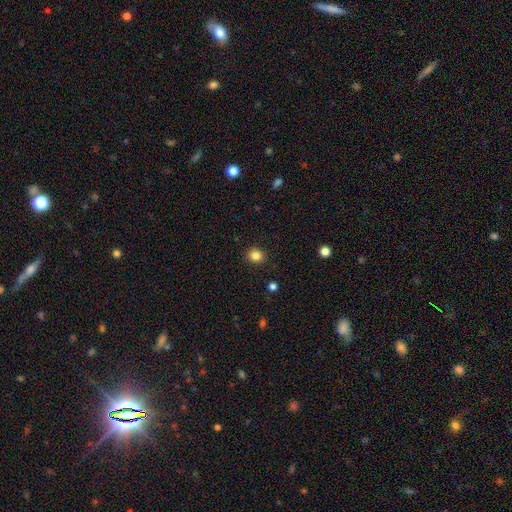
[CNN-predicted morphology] smooth_or_featured: smooth (p=0.84) [alt: star or artifact p=0.12]
how_rounded: round (p=0.78) [alt: in between p=0.21]
merging: none (p=0.90) [alt: minor disturbance p=0.07]